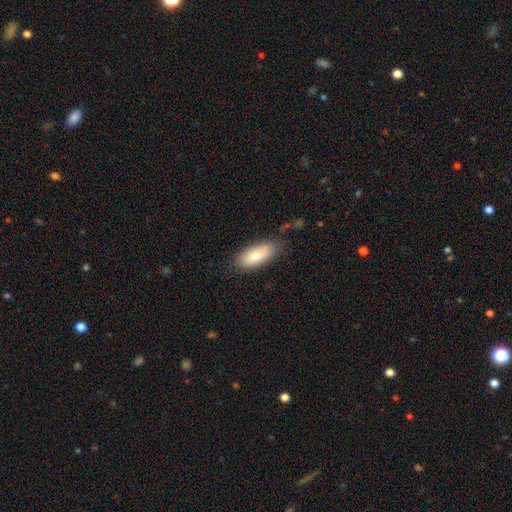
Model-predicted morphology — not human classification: The model was most divided on "merging": none: 73%, minor disturbance: 20%, major disturbance: 4%, merger: 2%. More confident: how rounded — in between (84%); smooth or featured — smooth (81%).